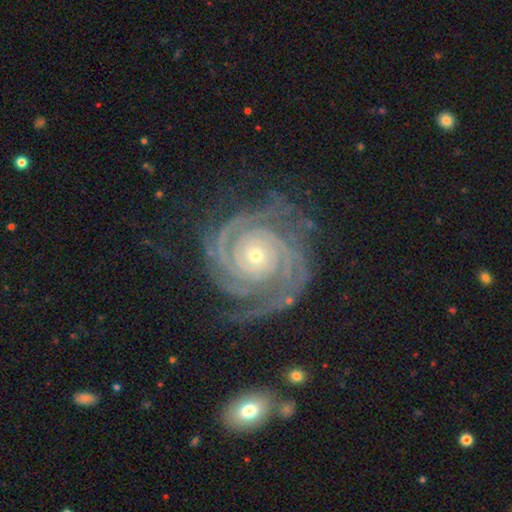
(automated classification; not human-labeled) A featured or disk galaxy (92%) with no bar (78%), 2 (31%) tight (83%) spiral arms (99%) and a small central bulge (67%). Merging: none (74%).